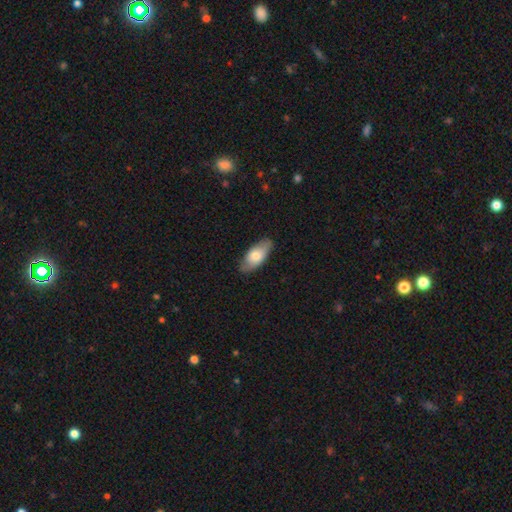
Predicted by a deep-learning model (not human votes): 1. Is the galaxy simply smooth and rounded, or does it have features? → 71% smooth, 23% featured or disk, 6% star or artifact.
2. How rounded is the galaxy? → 87% in between, 10% cigar-shaped, 3% round.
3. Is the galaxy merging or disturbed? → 82% none, 15% minor disturbance, 3% major disturbance, 1% merger.